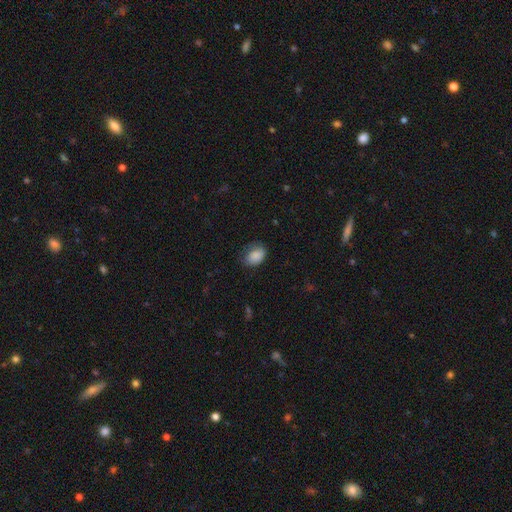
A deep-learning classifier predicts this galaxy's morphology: Q: Smooth or featured?
A: smooth (86%); runner-up: star or artifact (8%)
Q: How rounded?
A: in between (82%); runner-up: round (17%)
Q: Merging?
A: none (63%); runner-up: minor disturbance (27%)